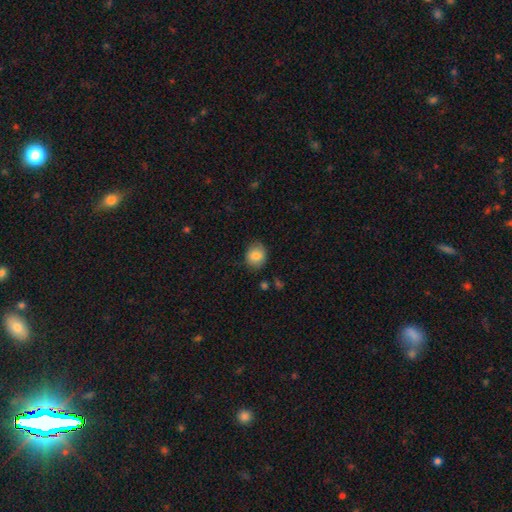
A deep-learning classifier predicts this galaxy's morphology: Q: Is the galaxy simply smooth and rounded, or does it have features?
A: smooth — 84%.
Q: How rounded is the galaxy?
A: round — 64%.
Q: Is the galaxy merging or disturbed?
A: none — 79%.